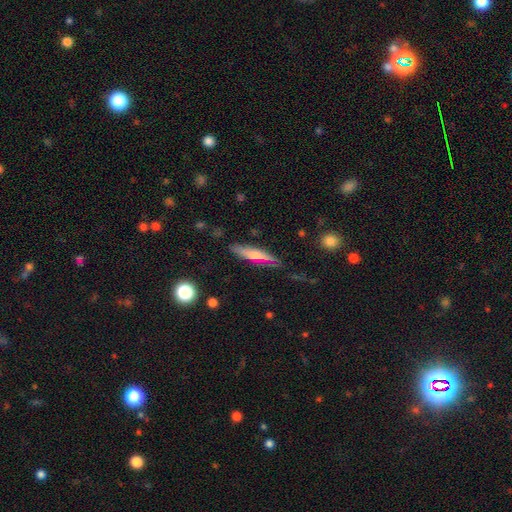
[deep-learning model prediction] smooth 62%, featured or disk 29%, star or artifact 9%. Down the decision tree: how rounded — cigar-shaped (82%); merging — none (75%).